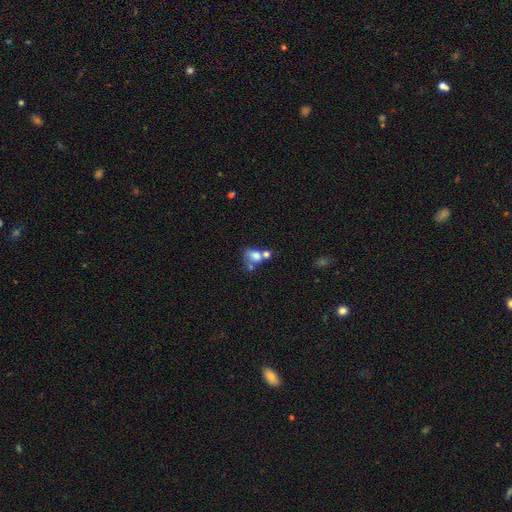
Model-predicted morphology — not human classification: smooth 72%, featured or disk 16%, star or artifact 12%. Down the decision tree: how rounded — in between (64%); merging — merger (49%).